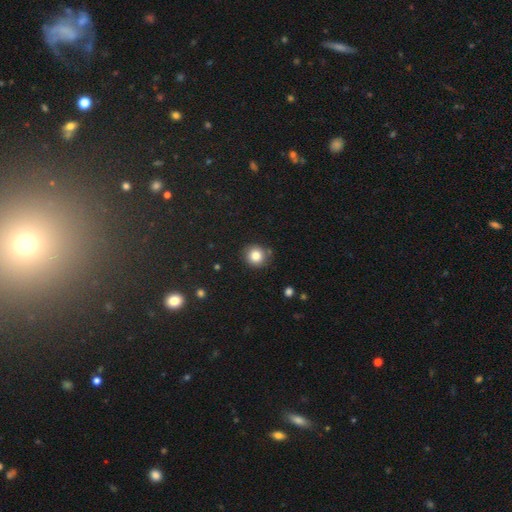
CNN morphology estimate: The model was most divided on "smooth or featured": smooth: 82%, star or artifact: 11%, featured or disk: 7%. More confident: how rounded — round (90%); merging — none (84%).